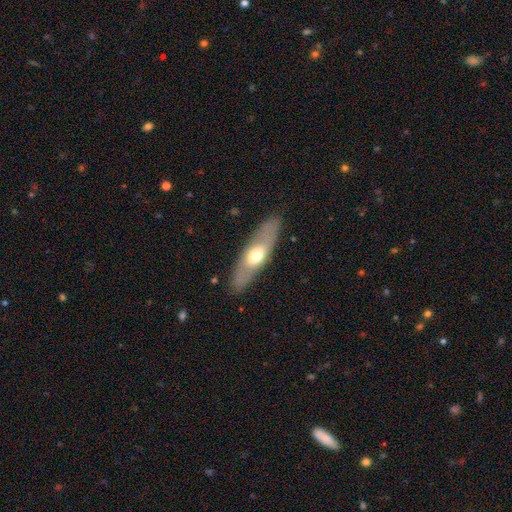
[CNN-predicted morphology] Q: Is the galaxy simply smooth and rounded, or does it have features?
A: smooth — 50%.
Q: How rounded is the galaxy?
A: in between — 52%.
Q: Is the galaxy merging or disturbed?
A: none — 86%.